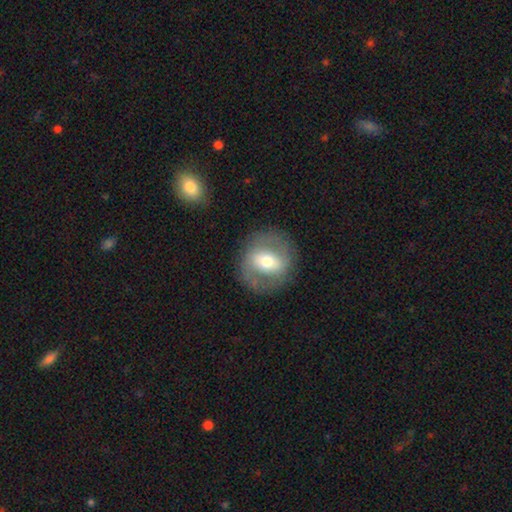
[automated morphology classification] type=featured or disk (60%); edge-on=no (91%); bar=strong (44%); spiral arms=no (52%); bulge=moderate (69%); merging=none (83%).